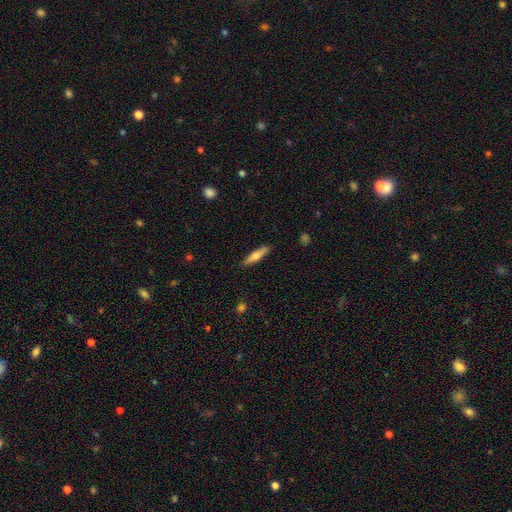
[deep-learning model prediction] Smooth or featured: smooth — 54% (featured or disk — 40%)
How rounded: cigar-shaped — 84% (in between — 14%)
Merging: none — 90% (minor disturbance — 7%)